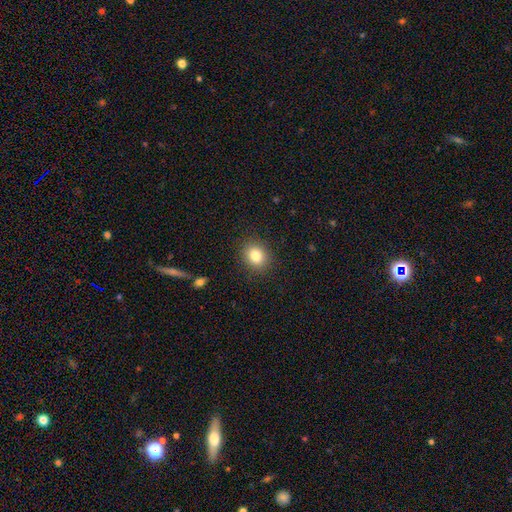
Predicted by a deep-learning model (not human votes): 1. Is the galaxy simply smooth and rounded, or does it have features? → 83% smooth, 10% star or artifact, 7% featured or disk.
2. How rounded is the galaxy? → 60% round, 39% in between, 1% cigar-shaped.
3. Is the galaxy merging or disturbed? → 89% none, 8% minor disturbance, 2% major disturbance, 1% merger.